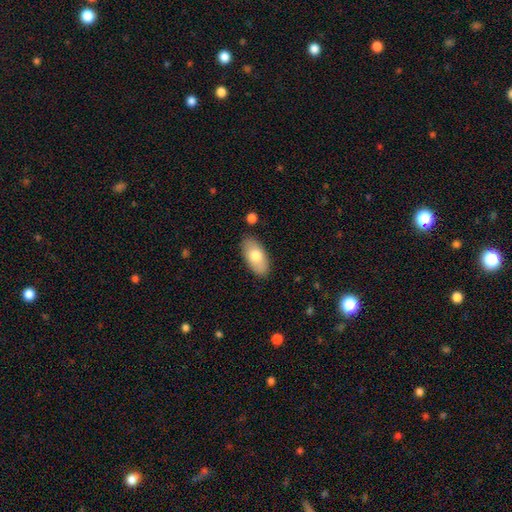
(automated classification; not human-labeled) Smooth or featured: smooth — 74% (featured or disk — 20%)
How rounded: in between — 93% (cigar-shaped — 4%)
Merging: none — 85% (minor disturbance — 10%)